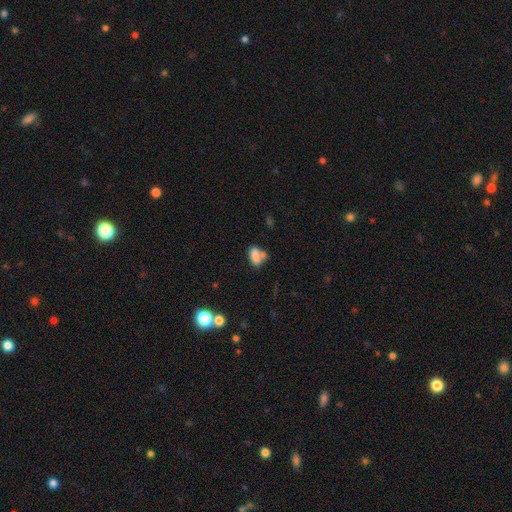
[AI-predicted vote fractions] This is likely a smooth galaxy (74%). How rounded: clearly in between (83%). Merging: marginally merger (39%).